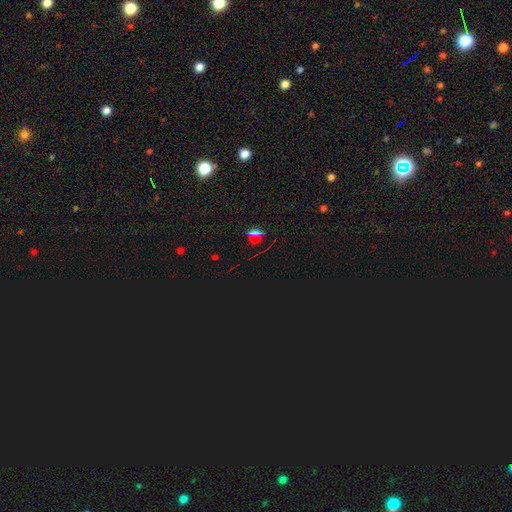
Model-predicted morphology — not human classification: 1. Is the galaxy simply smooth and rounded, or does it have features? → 75% star or artifact, 17% smooth, 9% featured or disk.